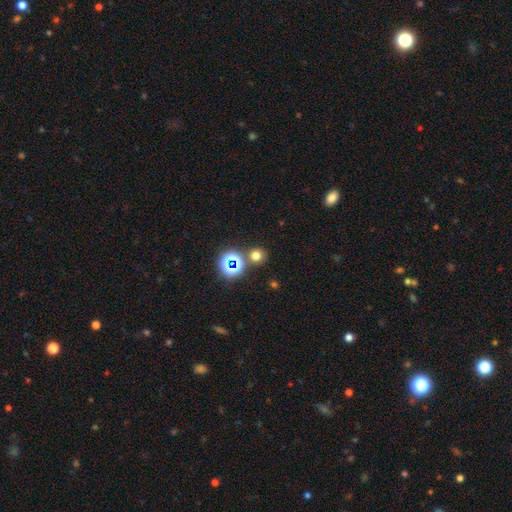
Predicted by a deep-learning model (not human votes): This appears to be a smooth galaxy with no disk features (66%) that is round (88%). Merging: none (78%).